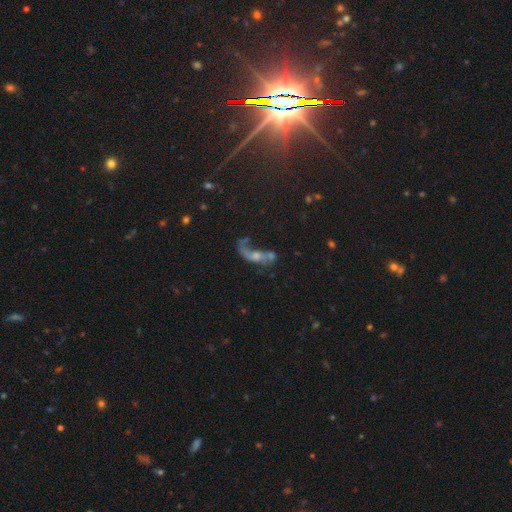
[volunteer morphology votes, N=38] A featured or disk galaxy (68%) with no bar (96%), 1 (73%) loose (80%) spiral arms (65%) and a moderate central bulge (65%).

Vote fractions:
- Smooth or featured? featured or disk: 68% / smooth: 26% / star or artifact: 5%
- Edge-on disk? no: 88% / yes: 12%
- Bar? no: 96% / weak: 4% / strong: 0%
- Spiral arms? yes: 65% / no: 35%
- Spiral winding? loose: 80% / medium: 20% / tight: 0%
- Spiral arm count? 1: 73% / 2: 20% / can't tell: 7% / 3: 0% / 4: 0% / more than 4: 0%
- Bulge size? moderate: 65% / small: 13% / none: 13% / large: 9% / dominant: 0%
- Merging? major disturbance: 58% / merger: 36% / none: 3% / minor disturbance: 3%